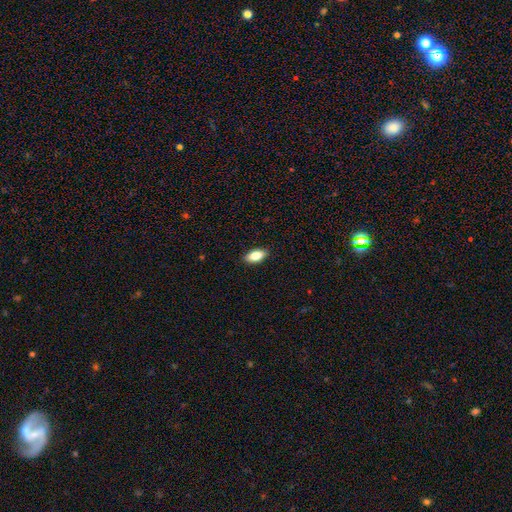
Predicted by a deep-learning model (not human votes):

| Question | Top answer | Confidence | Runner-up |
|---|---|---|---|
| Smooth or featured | smooth | 85% | featured or disk (9%) |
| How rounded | in between | 89% | cigar-shaped (8%) |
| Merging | none | 89% | minor disturbance (8%) |